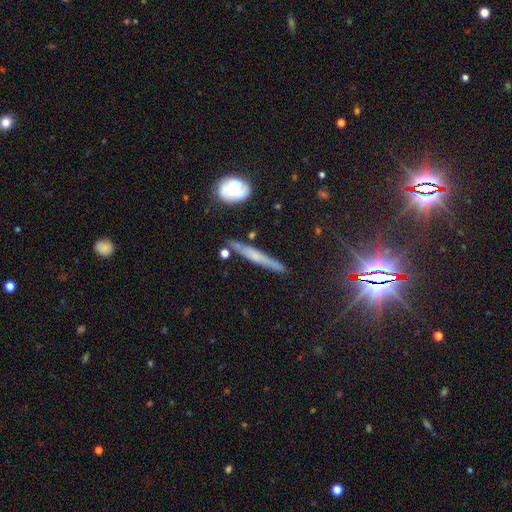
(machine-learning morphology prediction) This is possibly a featured or disk galaxy (47%). Merging: likely none (79%).